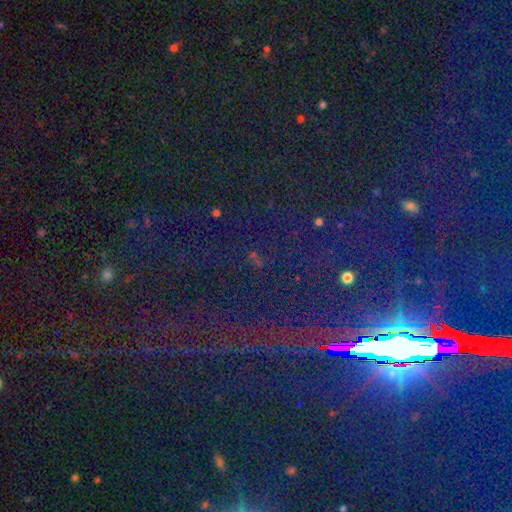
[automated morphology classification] Overall: star or artifact (85%).